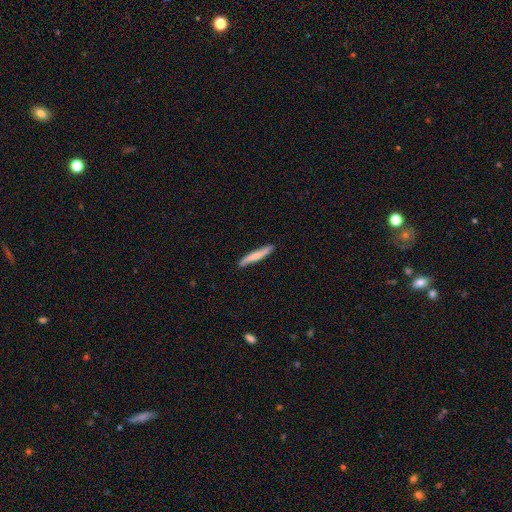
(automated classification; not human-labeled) smooth 68%, featured or disk 27%, star or artifact 5%. Down the decision tree: how rounded — cigar-shaped (93%); merging — none (86%).